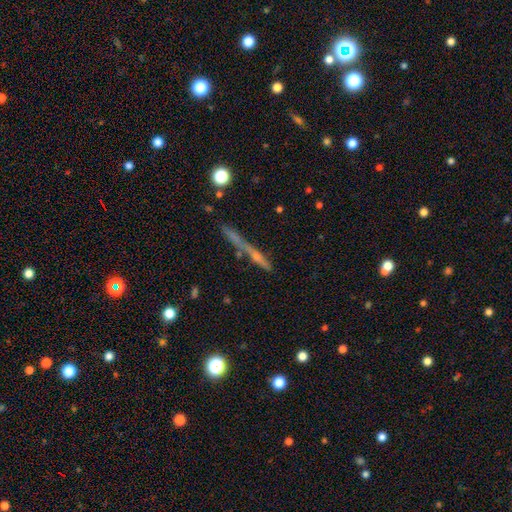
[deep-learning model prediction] A featured or disk galaxy (48%).

Vote fractions:
- Smooth or featured? featured or disk: 48% / smooth: 39% / star or artifact: 13%
- Merging? none: 61% / merger: 16% / minor disturbance: 15% / major disturbance: 8%